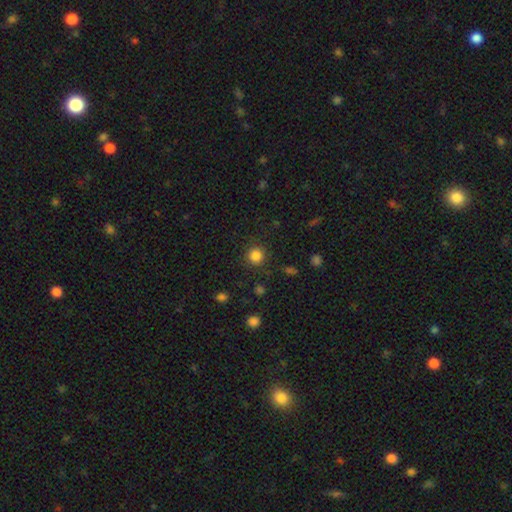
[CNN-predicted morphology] type=smooth (84%); roundness=round (94%); merging=none (88%).